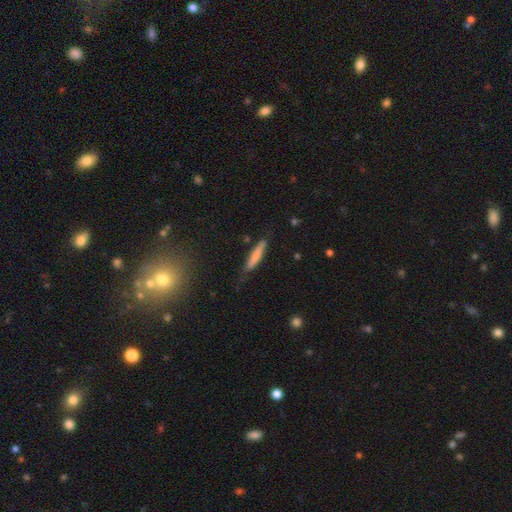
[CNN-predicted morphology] The model was most divided on "smooth or featured": smooth: 75%, featured or disk: 19%, star or artifact: 6%. More confident: how rounded — cigar-shaped (91%); merging — none (76%).